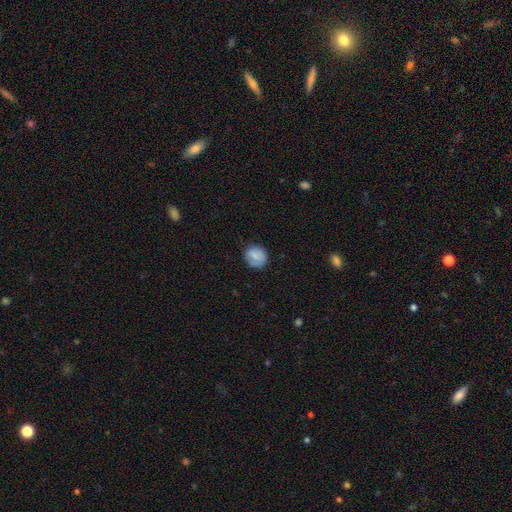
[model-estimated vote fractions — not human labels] Smooth or featured? smooth (79%)
How rounded? round (81%)
Merging? none (75%)